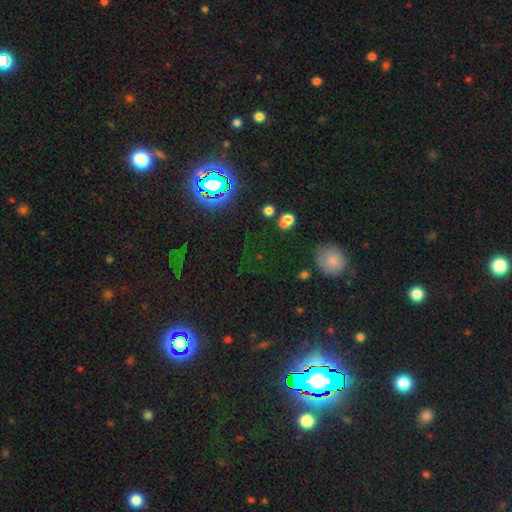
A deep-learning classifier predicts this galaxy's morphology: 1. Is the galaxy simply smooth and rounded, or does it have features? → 73% star or artifact, 17% smooth, 9% featured or disk.